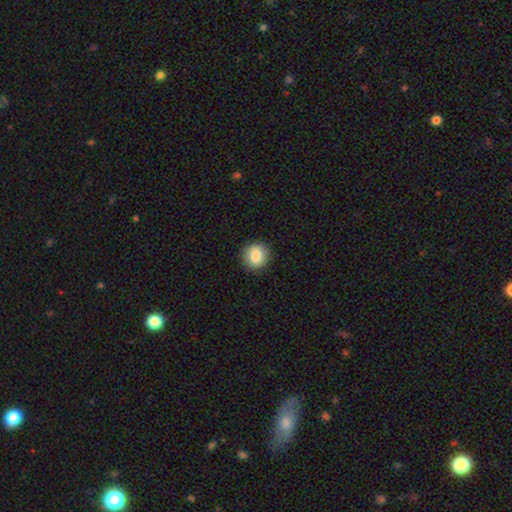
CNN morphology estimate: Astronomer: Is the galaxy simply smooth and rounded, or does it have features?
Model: smooth — 83%.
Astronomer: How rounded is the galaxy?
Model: round — 86%.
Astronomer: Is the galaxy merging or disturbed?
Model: none — 90%.